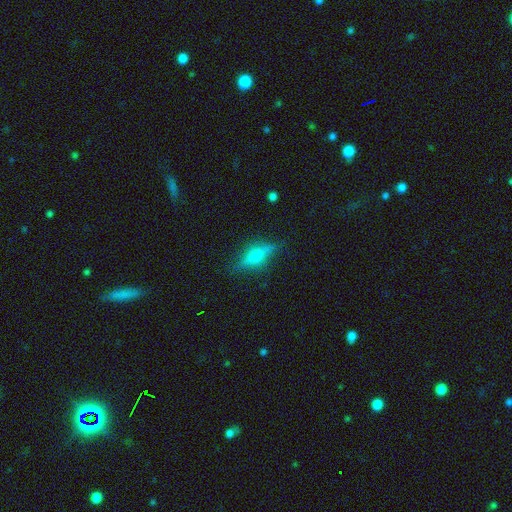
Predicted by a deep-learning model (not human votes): Smooth or featured?
  - featured or disk: 53% *
  - smooth: 37%
  - star or artifact: 10%
Edge-on disk?
  - yes: 92% *
  - no: 8%
Merging?
  - none: 79% *
  - minor disturbance: 15%
  - major disturbance: 4%
  - merger: 1%